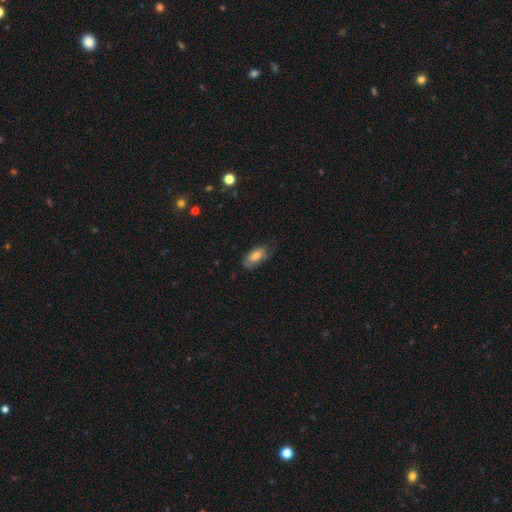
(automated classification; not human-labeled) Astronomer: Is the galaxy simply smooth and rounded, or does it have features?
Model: smooth — 65%.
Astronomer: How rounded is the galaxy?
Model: in between — 89%.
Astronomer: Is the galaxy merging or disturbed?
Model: none — 62%.